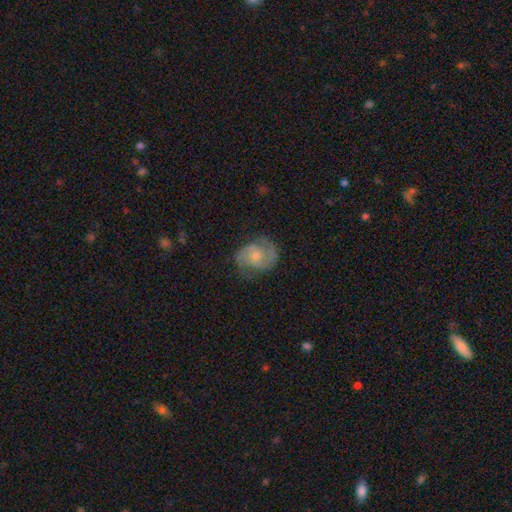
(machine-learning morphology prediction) type=featured or disk (77%); edge-on=no (98%); bar=no (64%); spiral arms=yes (94%); winding=medium (51%); arm count=2 (87%); bulge=moderate (46%); merging=none (71%).